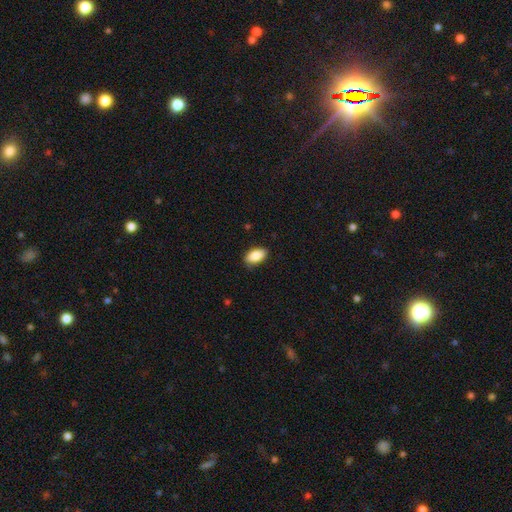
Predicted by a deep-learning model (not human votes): This is clearly a smooth galaxy (88%). How rounded: clearly in between (92%). Merging: clearly none (83%).